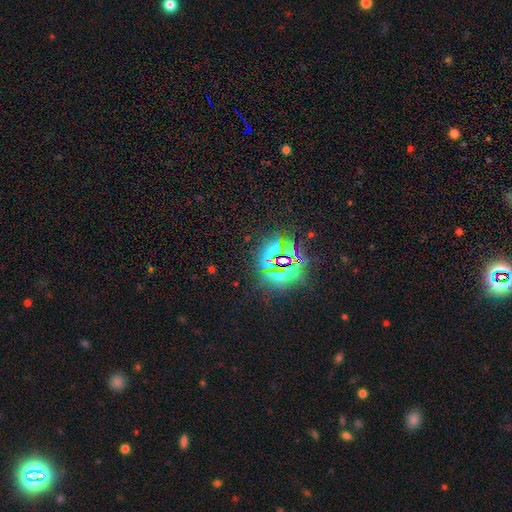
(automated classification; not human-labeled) The model was most divided on "smooth or featured": star or artifact: 84%, smooth: 9%, featured or disk: 7%.